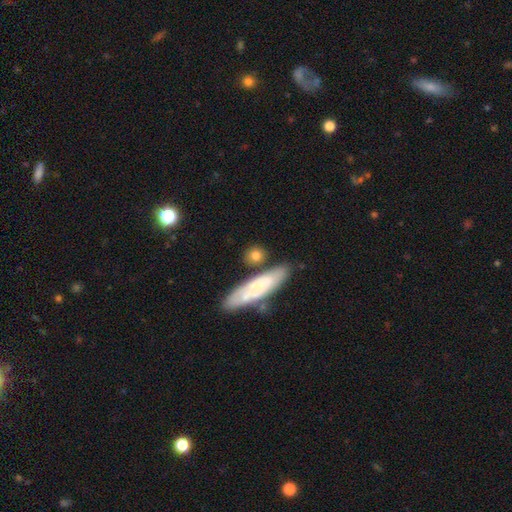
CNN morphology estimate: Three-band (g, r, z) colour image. It shows a smooth galaxy with no disk features (76%) that is round (56%). Merging: none (73%).